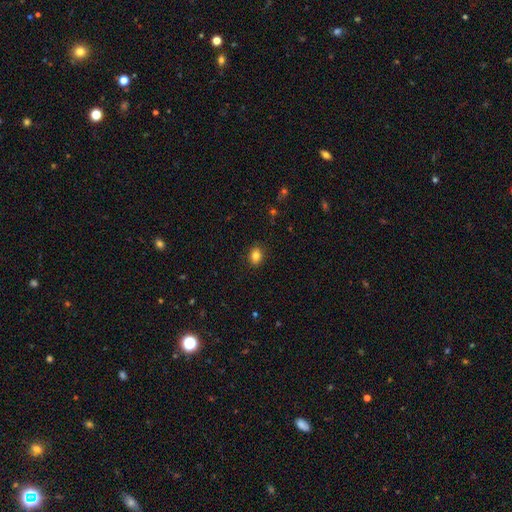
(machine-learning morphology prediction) smooth-or-featured: smooth: 83% | star or artifact: 10% | featured or disk: 7%
  how-rounded: in between: 66% | round: 32% | cigar-shaped: 1%
  merging: none: 88% | minor disturbance: 9% | major disturbance: 2% | merger: 1%